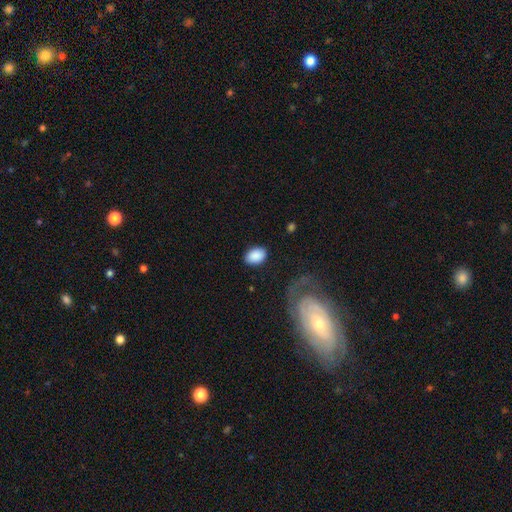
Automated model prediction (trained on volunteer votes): Smooth or featured? Predicted: smooth (p=0.89). How rounded? Predicted: in between (p=0.84). Merging? Predicted: none (p=0.83).